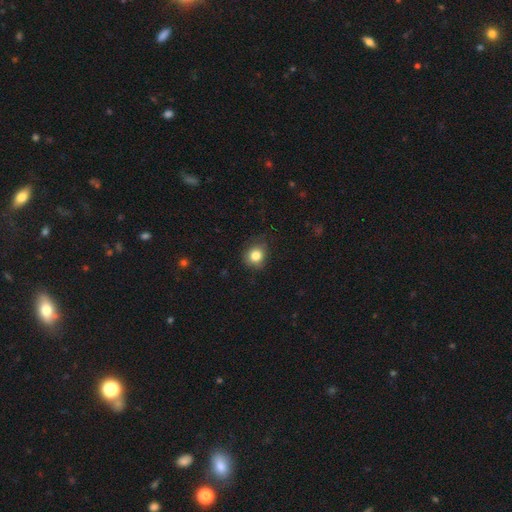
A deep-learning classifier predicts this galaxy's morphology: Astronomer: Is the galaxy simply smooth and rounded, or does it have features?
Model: smooth — 83%.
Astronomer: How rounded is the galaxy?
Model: round — 79%.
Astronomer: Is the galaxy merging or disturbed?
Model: none — 77%.